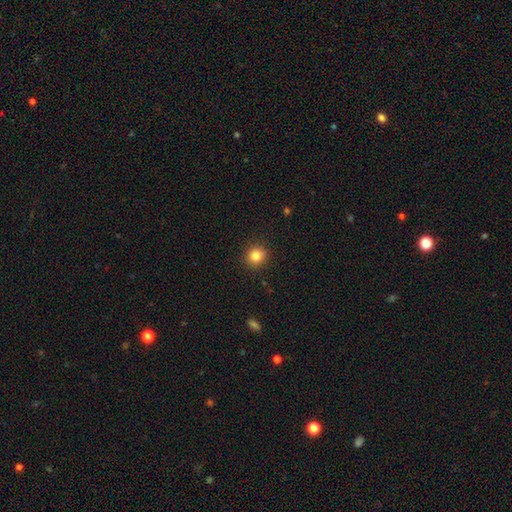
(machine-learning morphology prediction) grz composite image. It shows a smooth galaxy with no disk features (84%) that is round (85%). Merging: none (90%).